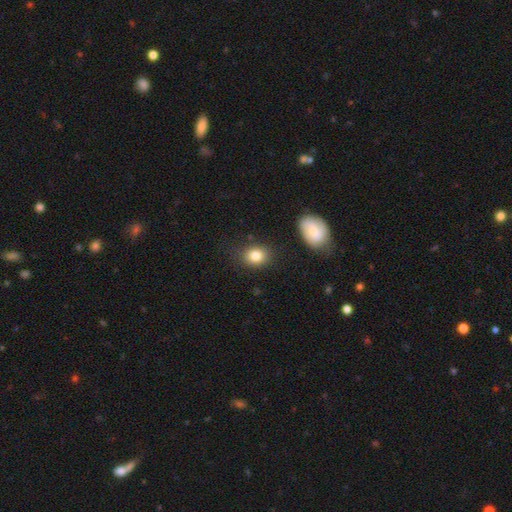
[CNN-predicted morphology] smooth 84%, star or artifact 9%, featured or disk 7%. Down the decision tree: how rounded — in between (52%); merging — none (81%).